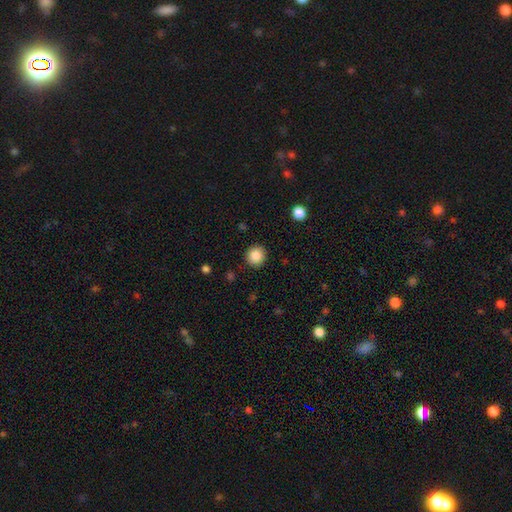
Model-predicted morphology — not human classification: A smooth galaxy with no disk features (86%) that is round (94%). Merging: none (91%).